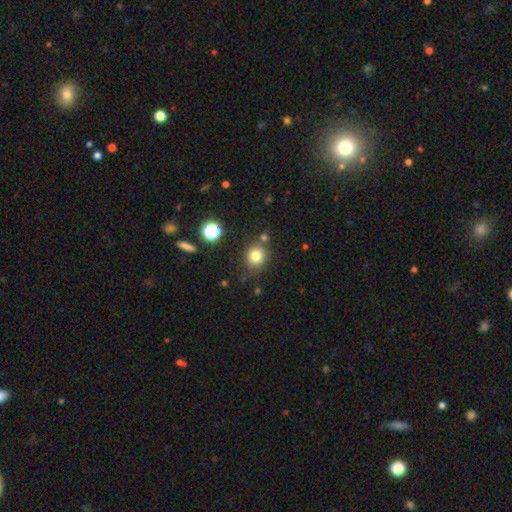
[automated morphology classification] Q: Smooth or featured?
A: smooth (80%); runner-up: star or artifact (13%)
Q: How rounded?
A: round (87%); runner-up: in between (12%)
Q: Merging?
A: none (78%); runner-up: minor disturbance (10%)